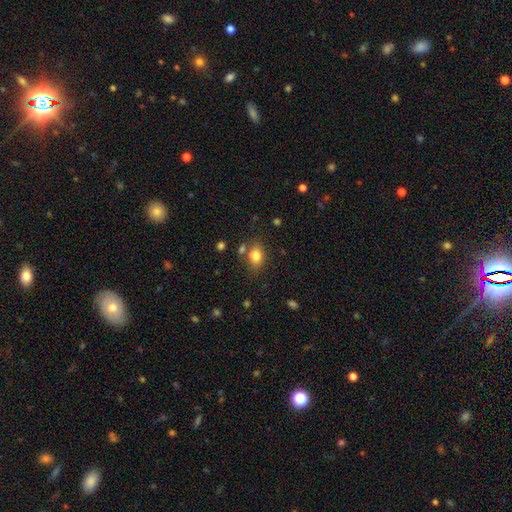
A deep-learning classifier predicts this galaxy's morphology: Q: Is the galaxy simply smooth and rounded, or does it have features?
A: smooth — 80%.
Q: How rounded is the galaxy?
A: in between — 68%.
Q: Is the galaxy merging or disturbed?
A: none — 68%.